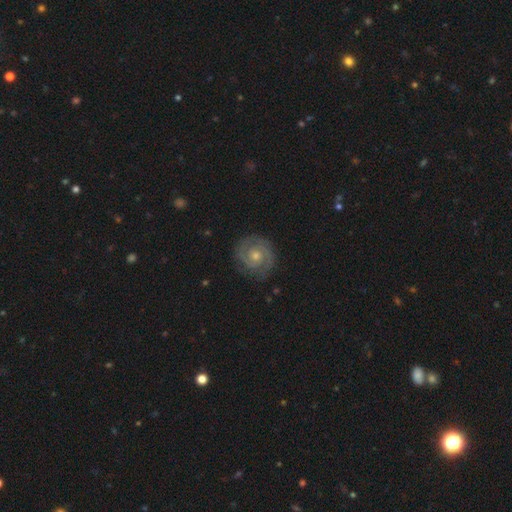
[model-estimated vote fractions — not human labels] Q: Smooth or featured?
A: featured or disk (84%); runner-up: smooth (10%)
Q: Edge-on disk?
A: no (98%); runner-up: yes (2%)
Q: Bar?
A: no (71%); runner-up: weak (24%)
Q: Spiral arms?
A: yes (96%); runner-up: no (4%)
Q: Spiral winding?
A: tight (66%); runner-up: medium (29%)
Q: Spiral arm count?
A: 2 (77%); runner-up: can't tell (8%)
Q: Bulge size?
A: moderate (55%); runner-up: small (40%)
Q: Merging?
A: none (84%); runner-up: minor disturbance (11%)